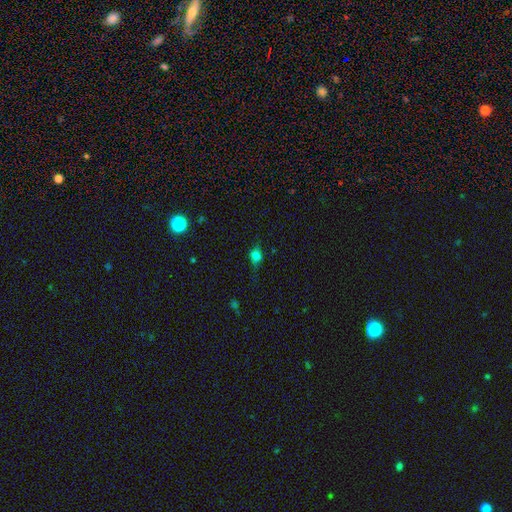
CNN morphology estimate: smooth_or_featured: smooth (p=0.70) [alt: star or artifact p=0.16]
how_rounded: in between (p=0.54) [alt: round p=0.40]
merging: none (p=0.65) [alt: minor disturbance p=0.25]